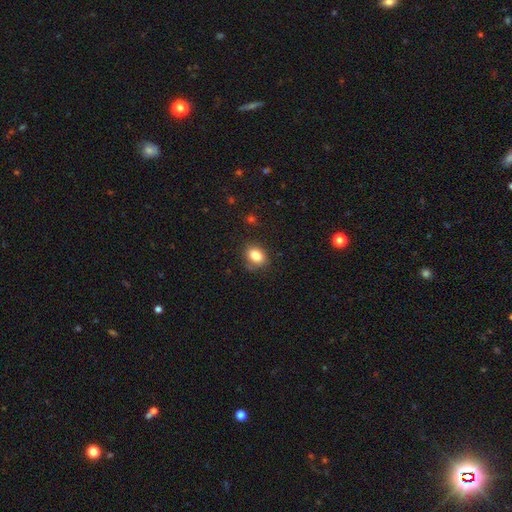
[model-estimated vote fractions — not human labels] Overall: smooth (83%). How rounded: in between (61%; round 38%). Merging: none (78%).